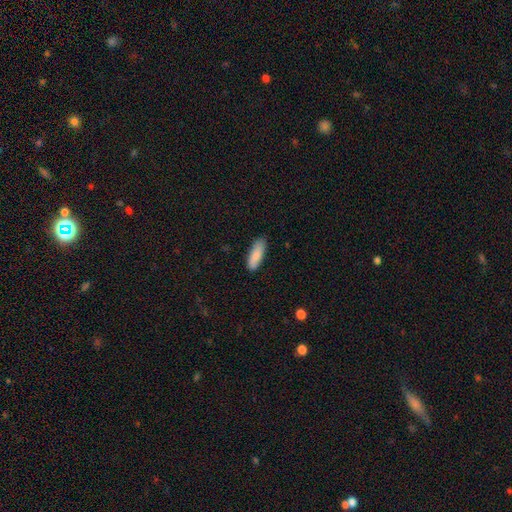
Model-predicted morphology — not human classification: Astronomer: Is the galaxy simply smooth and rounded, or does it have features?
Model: smooth — 86%.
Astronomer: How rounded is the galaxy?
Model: in between — 62%.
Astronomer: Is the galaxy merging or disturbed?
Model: none — 83%.